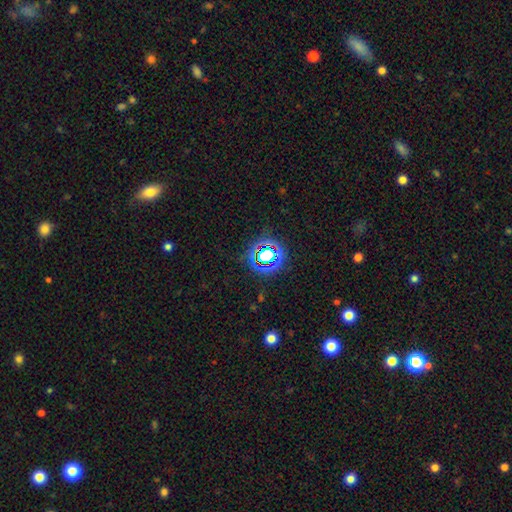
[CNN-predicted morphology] smooth-or-featured: star or artifact: 72% | smooth: 19% | featured or disk: 9%